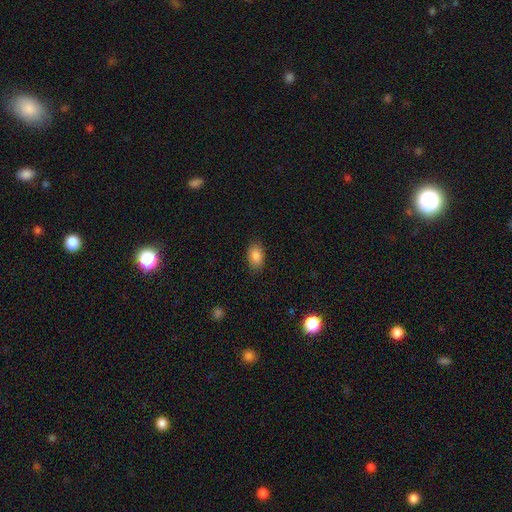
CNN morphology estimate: Smooth or featured?
  - smooth: 87% *
  - star or artifact: 8%
  - featured or disk: 5%
How rounded?
  - in between: 88% *
  - round: 11%
  - cigar-shaped: 1%
Merging?
  - none: 85% *
  - minor disturbance: 11%
  - major disturbance: 3%
  - merger: 1%